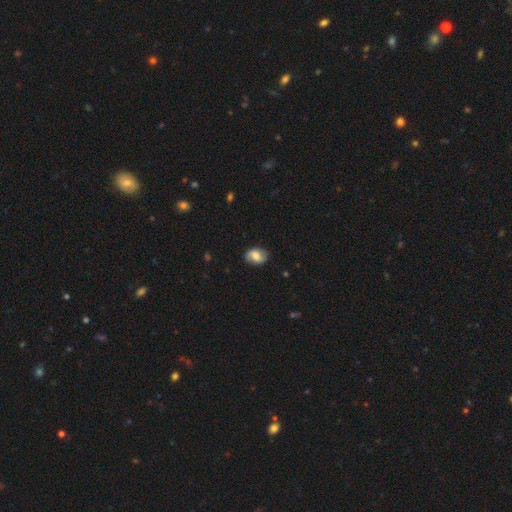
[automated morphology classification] The model was most divided on "smooth or featured": smooth: 62%, featured or disk: 30%, star or artifact: 8%. More confident: merging — none (82%); how rounded — in between (75%).